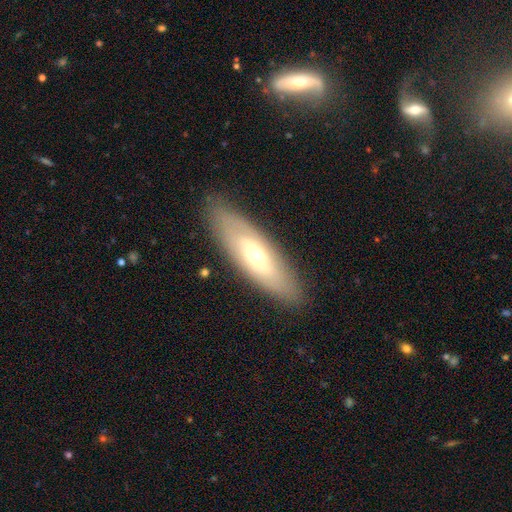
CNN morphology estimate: Overall: featured or disk (48%; smooth 45%). Merging: none (85%).